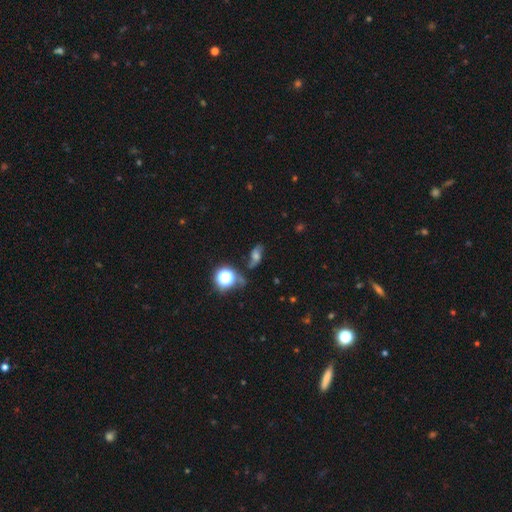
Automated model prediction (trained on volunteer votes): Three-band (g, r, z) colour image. It shows a featured or disk galaxy (48%). Merging: none (64%).